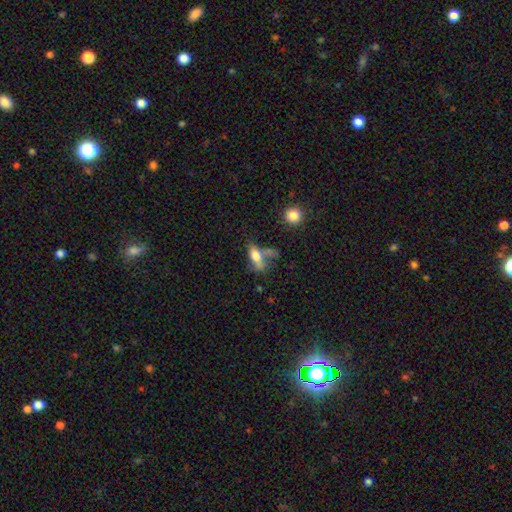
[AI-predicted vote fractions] Morphology: type=smooth (63%); roundness=in between (71%); merging=none (35%).